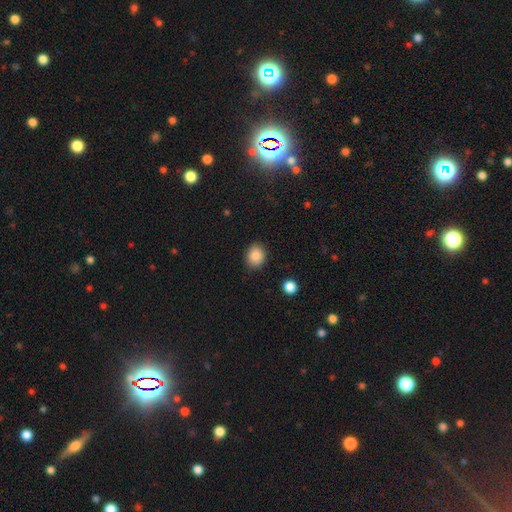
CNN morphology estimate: Smooth or featured: smooth — 87% (star or artifact — 9%)
How rounded: round — 58% (in between — 41%)
Merging: none — 86% (minor disturbance — 10%)